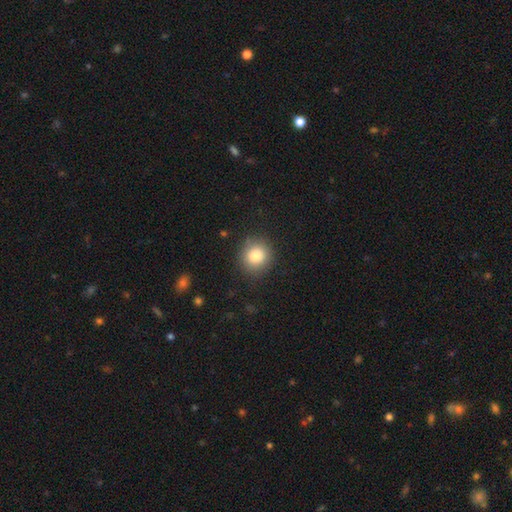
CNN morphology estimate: A smooth galaxy with no disk features (82%) that is round (90%). Merging: none (87%).